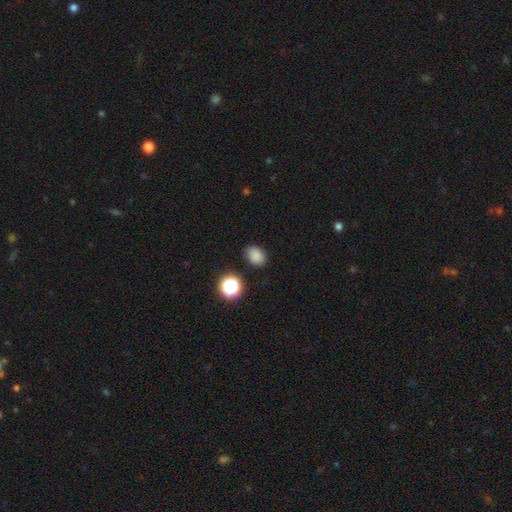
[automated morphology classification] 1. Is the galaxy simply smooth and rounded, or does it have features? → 83% smooth, 13% star or artifact, 4% featured or disk.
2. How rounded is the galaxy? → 61% in between, 38% round, 1% cigar-shaped.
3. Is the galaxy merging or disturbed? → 83% none, 12% minor disturbance, 3% major disturbance, 2% merger.